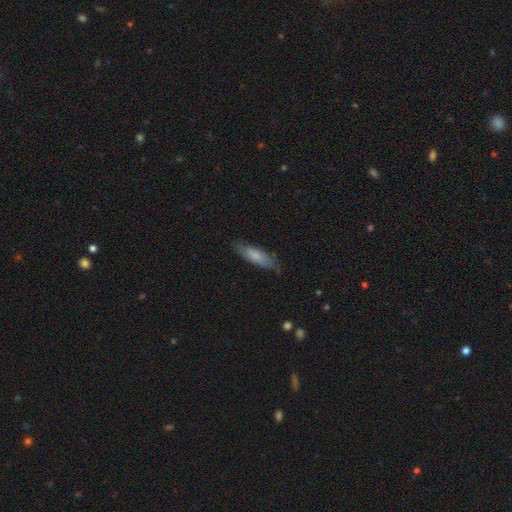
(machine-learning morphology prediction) type=smooth (70%); roundness=cigar-shaped (51%); merging=none (76%).